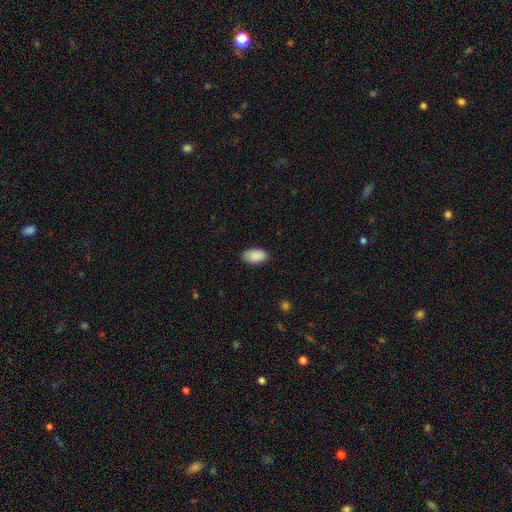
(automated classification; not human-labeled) The model was most divided on "merging": none: 85%, minor disturbance: 12%, major disturbance: 2%, merger: 1%. More confident: how rounded — in between (95%); smooth or featured — smooth (91%).